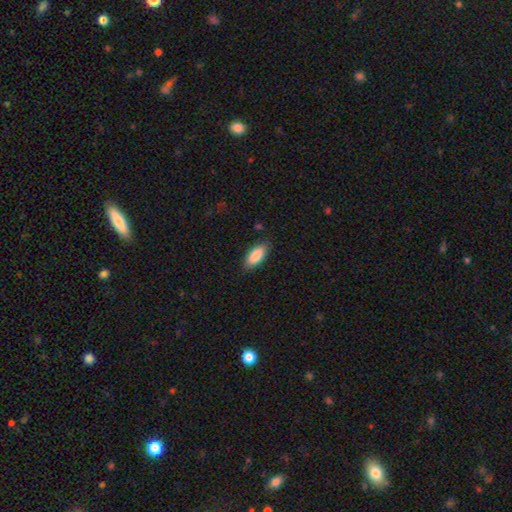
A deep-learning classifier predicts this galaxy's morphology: The model was most divided on "how rounded": in between: 81%, cigar-shaped: 17%, round: 2%. More confident: smooth or featured — smooth (87%); merging — none (84%).